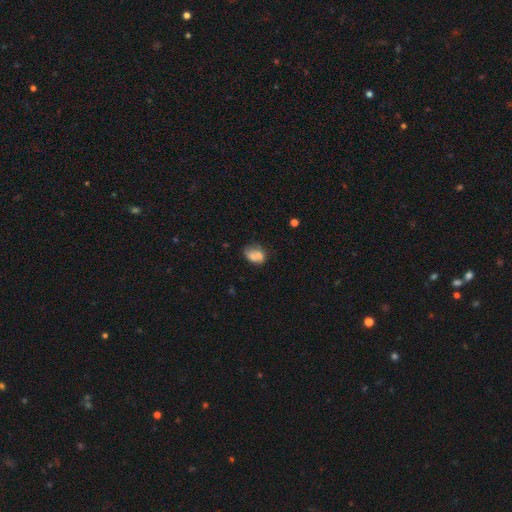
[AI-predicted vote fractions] Q: Smooth or featured?
A: smooth (63%); runner-up: featured or disk (26%)
Q: How rounded?
A: in between (61%); runner-up: round (37%)
Q: Merging?
A: merger (41%); runner-up: none (32%)